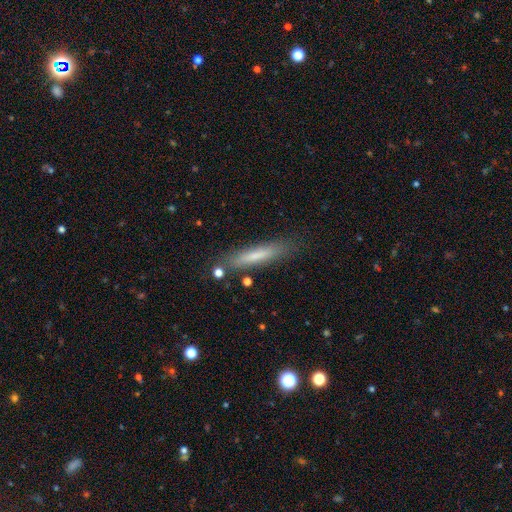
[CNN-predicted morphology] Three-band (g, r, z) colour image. It shows a smooth galaxy with no disk features (67%) that is cigar-shaped (90%). Merging: none (81%).